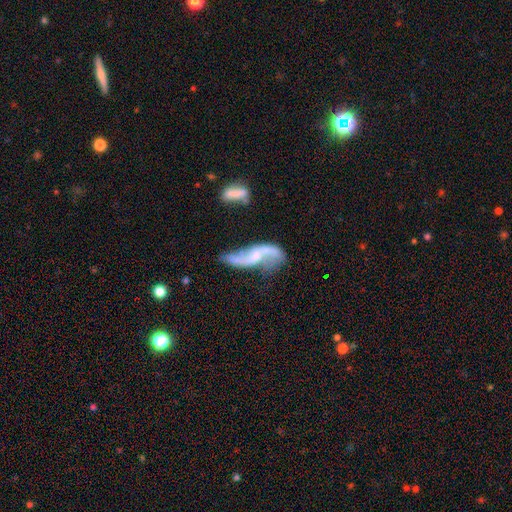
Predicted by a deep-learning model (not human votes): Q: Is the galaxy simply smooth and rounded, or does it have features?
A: featured or disk — 81%.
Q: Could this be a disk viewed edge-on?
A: no — 93%.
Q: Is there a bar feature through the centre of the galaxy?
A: no — 47%.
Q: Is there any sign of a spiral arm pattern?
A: yes — 88%.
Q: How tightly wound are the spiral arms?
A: loose — 86%.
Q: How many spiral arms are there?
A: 2 — 90%.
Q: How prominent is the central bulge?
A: small — 46%.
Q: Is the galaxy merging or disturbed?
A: none — 46%.